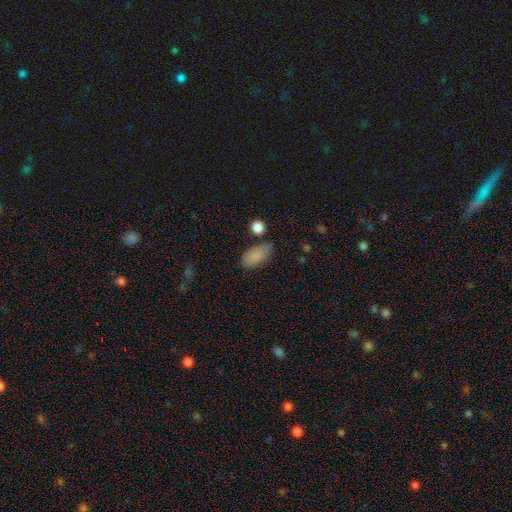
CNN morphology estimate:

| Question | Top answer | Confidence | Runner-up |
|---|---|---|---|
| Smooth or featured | smooth | 85% | star or artifact (9%) |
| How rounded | in between | 90% | cigar-shaped (5%) |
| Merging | none | 65% | minor disturbance (23%) |